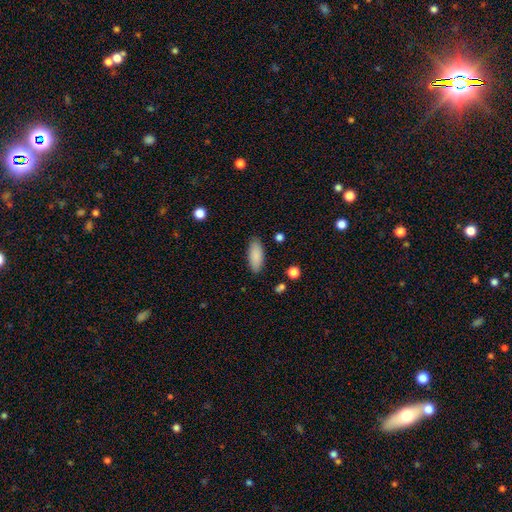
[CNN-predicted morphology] This appears to be a smooth galaxy with no disk features (87%) that is in between round and cigar-shaped (79%). Merging: none (87%).